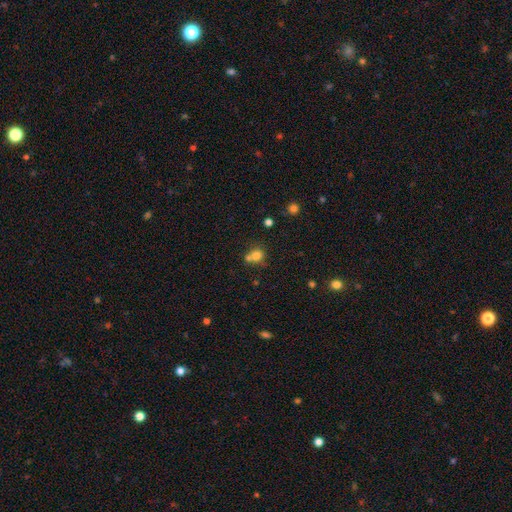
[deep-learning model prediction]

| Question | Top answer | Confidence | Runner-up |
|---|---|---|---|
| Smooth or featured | smooth | 76% | star or artifact (13%) |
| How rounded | round | 71% | in between (28%) |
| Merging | none | 43% | merger (41%) |